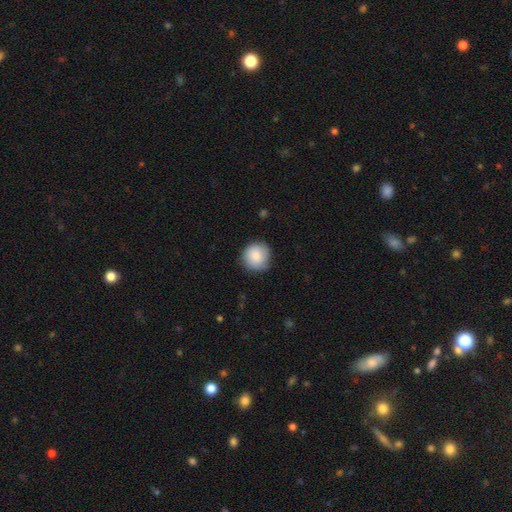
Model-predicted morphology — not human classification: Smooth or featured: smooth — 86% (featured or disk — 7%)
How rounded: round — 91% (in between — 8%)
Merging: none — 79% (minor disturbance — 17%)